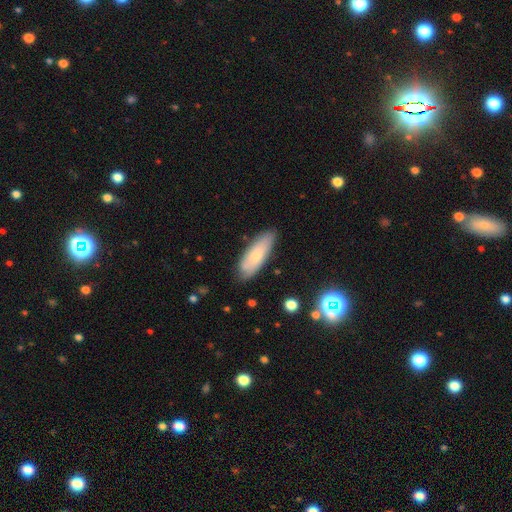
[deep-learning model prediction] Morphology: type=smooth (68%); roundness=in between (58%); merging=none (78%).